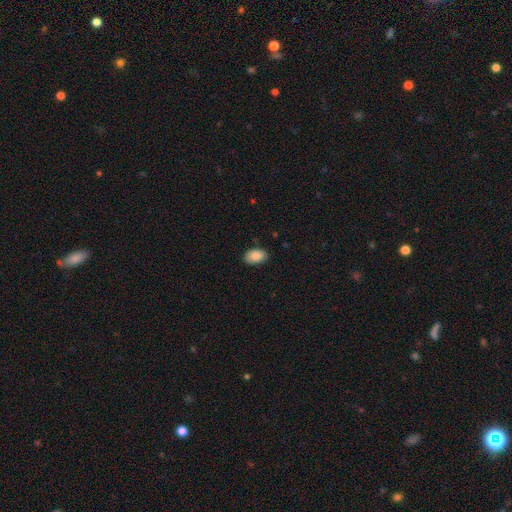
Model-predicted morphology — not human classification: Smooth or featured: smooth — 88% (star or artifact — 7%)
How rounded: in between — 92% (round — 7%)
Merging: none — 86% (minor disturbance — 11%)